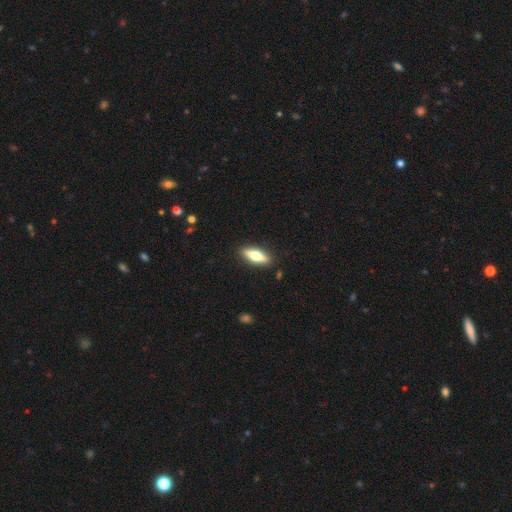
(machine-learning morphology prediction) smooth 54%, featured or disk 40%, star or artifact 6%. Down the decision tree: how rounded — in between (52%); merging — none (89%).